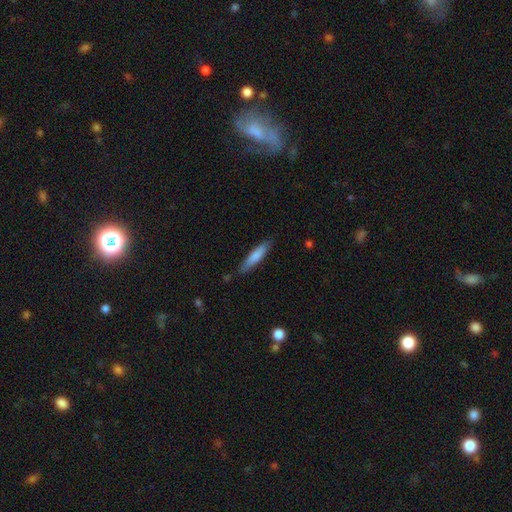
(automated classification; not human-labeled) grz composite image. It shows a smooth galaxy with no disk features (78%) that is cigar-shaped (84%). Merging: none (84%).